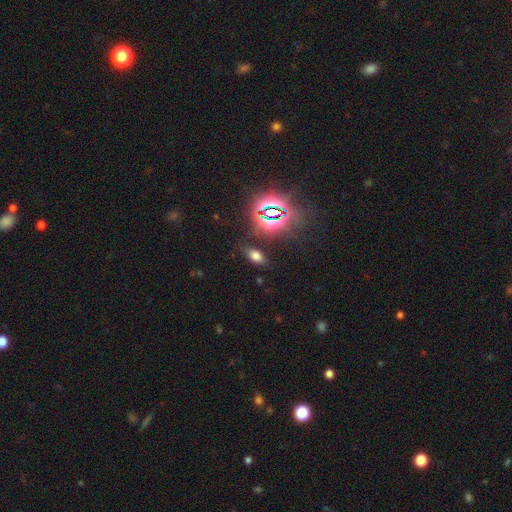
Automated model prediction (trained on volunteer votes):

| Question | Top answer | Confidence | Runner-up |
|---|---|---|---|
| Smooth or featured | smooth | 61% | star or artifact (30%) |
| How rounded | in between | 87% | round (8%) |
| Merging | none | 83% | minor disturbance (11%) |